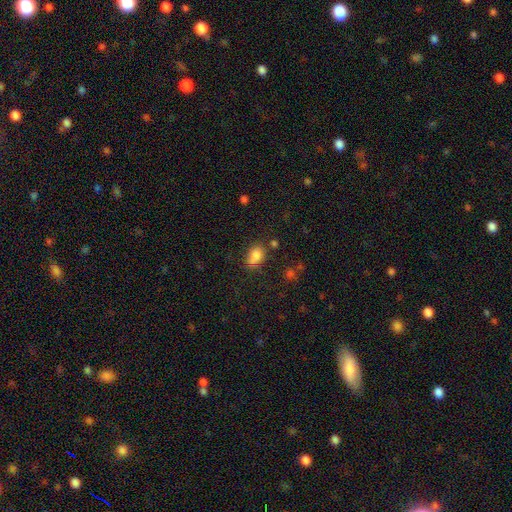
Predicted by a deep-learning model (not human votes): smooth-or-featured: smooth: 79% | star or artifact: 12% | featured or disk: 9%
  how-rounded: in between: 73% | round: 25% | cigar-shaped: 2%
  merging: none: 57% | minor disturbance: 22% | merger: 14% | major disturbance: 7%